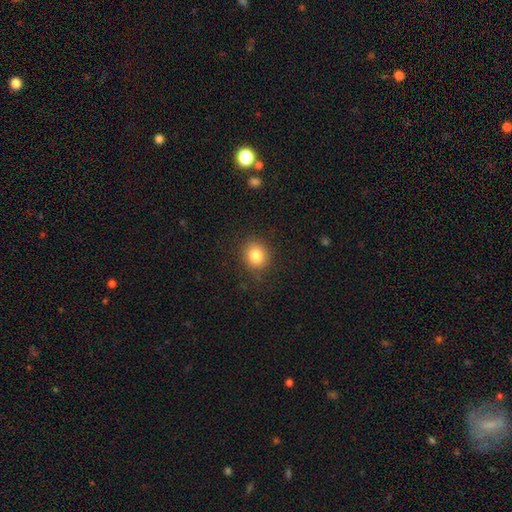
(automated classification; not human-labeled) Smooth or featured: smooth — 82% (star or artifact — 11%)
How rounded: round — 79% (in between — 20%)
Merging: none — 87% (minor disturbance — 9%)